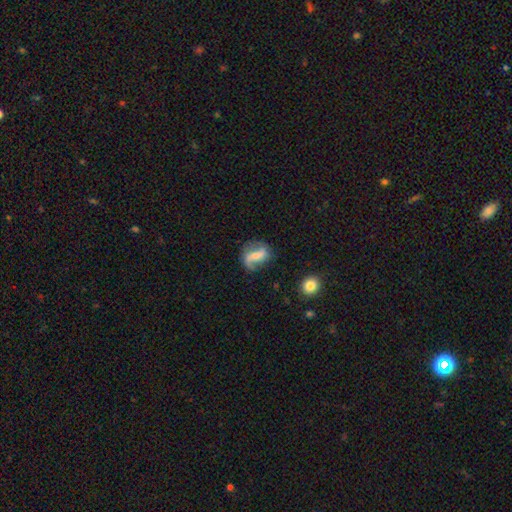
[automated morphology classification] Smooth or featured: featured or disk — 72% (smooth — 21%)
Edge-on disk: no — 97% (yes — 3%)
Bar: weak — 38% (strong — 36%)
Spiral arms: yes — 91% (no — 9%)
Spiral winding: loose — 63% (medium — 28%)
Spiral arm count: 2 — 79% (1 — 14%)
Bulge size: small — 46% (moderate — 30%)
Merging: none — 64% (minor disturbance — 20%)